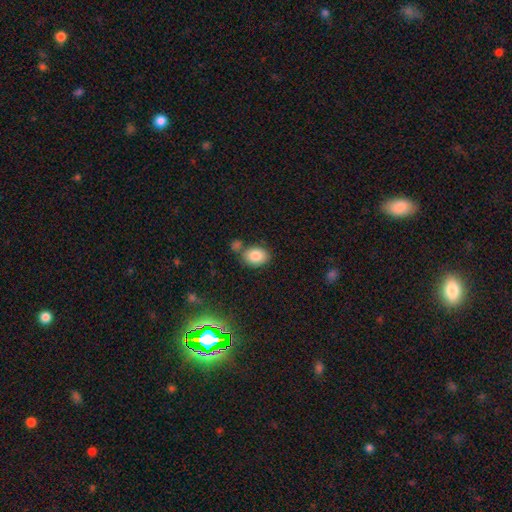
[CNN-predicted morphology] The model was most divided on "how rounded": in between: 67%, round: 32%, cigar-shaped: 1%. More confident: smooth or featured — smooth (84%); merging — none (66%).